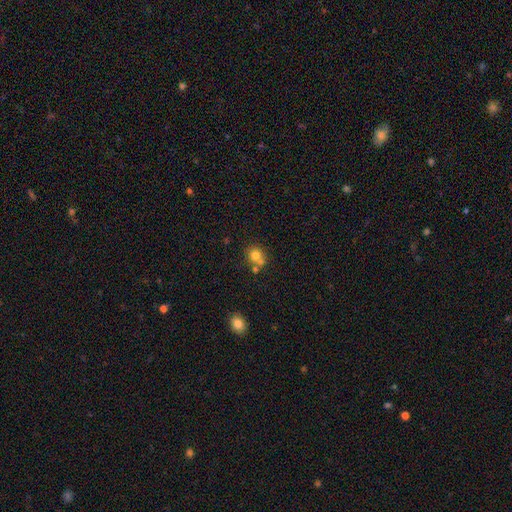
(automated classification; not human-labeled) The model was most divided on "merging": none: 54%, merger: 32%, minor disturbance: 10%, major disturbance: 3%. More confident: how rounded — round (80%); smooth or featured — smooth (75%).